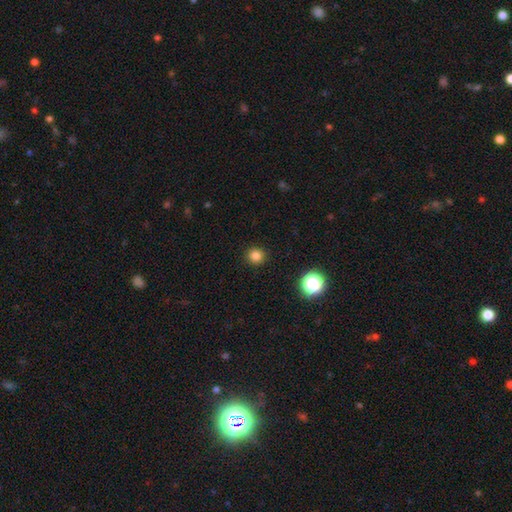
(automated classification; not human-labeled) Overall: smooth (81%). How rounded: round (93%). Merging: none (92%).